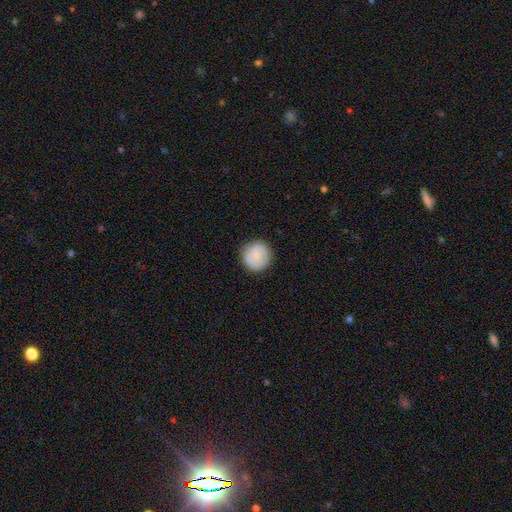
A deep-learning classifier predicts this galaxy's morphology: smooth-or-featured: smooth: 78% | featured or disk: 16% | star or artifact: 6%
  how-rounded: round: 94% | in between: 5% | cigar-shaped: 1%
  merging: none: 87% | minor disturbance: 10% | major disturbance: 2% | merger: 1%